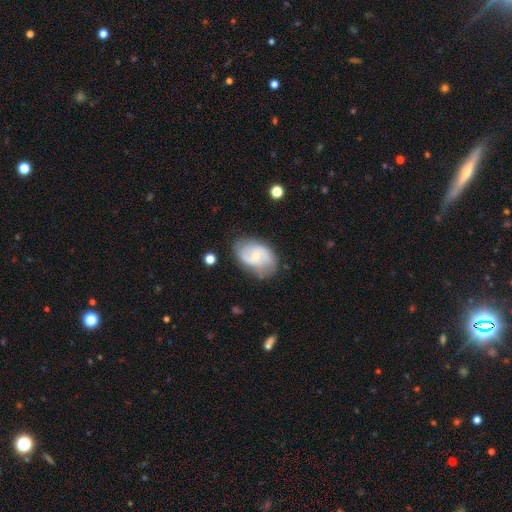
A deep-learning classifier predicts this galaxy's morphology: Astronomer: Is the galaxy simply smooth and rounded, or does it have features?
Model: featured or disk — 64%.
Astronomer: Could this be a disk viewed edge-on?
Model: no — 96%.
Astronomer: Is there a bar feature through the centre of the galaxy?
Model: no — 61%.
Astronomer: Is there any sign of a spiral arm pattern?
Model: yes — 81%.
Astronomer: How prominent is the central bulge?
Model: small — 63%.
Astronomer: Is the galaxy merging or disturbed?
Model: none — 69%.